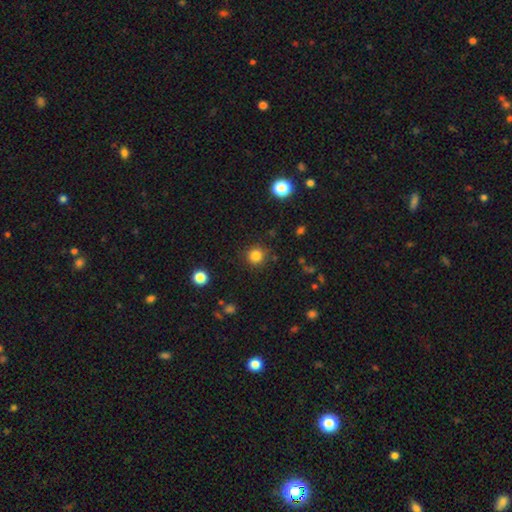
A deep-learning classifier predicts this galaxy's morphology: Overall: smooth (82%). How rounded: round (94%). Merging: none (88%).